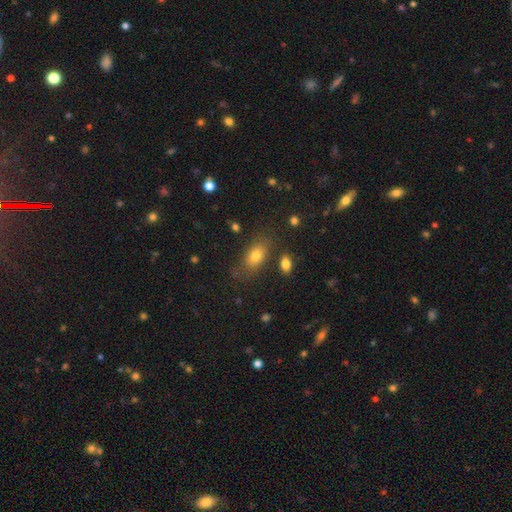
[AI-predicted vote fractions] A smooth galaxy with no disk features (77%) that is in between round and cigar-shaped (85%). Merging: none (75%).